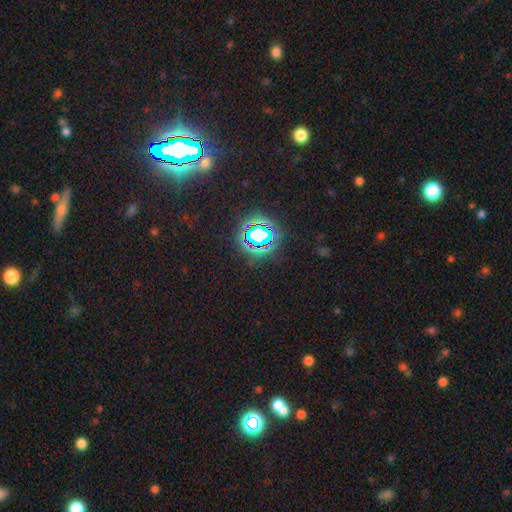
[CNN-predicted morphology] Smooth or featured?
  - star or artifact: 81% *
  - smooth: 12%
  - featured or disk: 7%